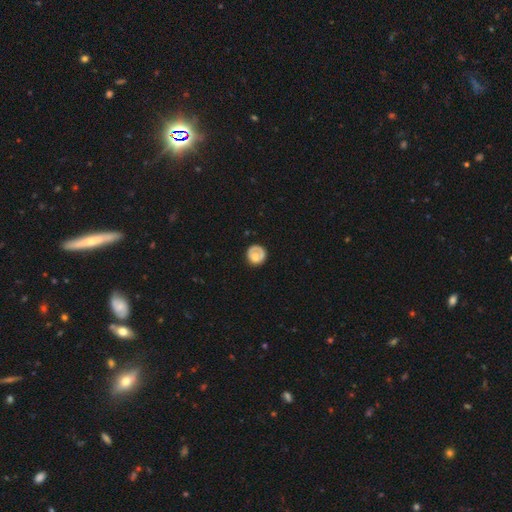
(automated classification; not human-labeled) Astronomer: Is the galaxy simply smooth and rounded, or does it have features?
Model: smooth — 60%.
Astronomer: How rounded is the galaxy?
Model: round — 89%.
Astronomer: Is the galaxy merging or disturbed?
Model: none — 70%.